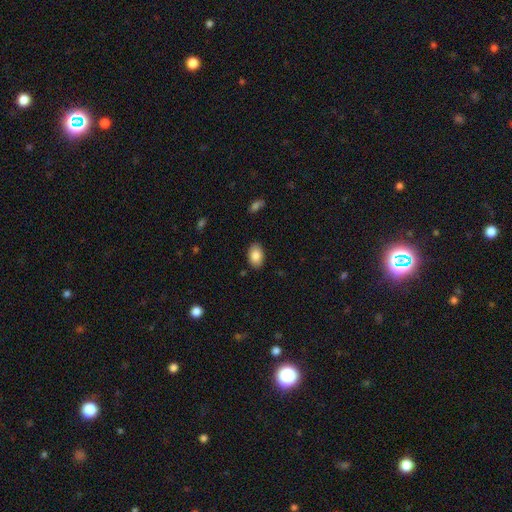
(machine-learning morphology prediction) Smooth or featured? smooth (85%)
How rounded? in between (89%)
Merging? none (87%)